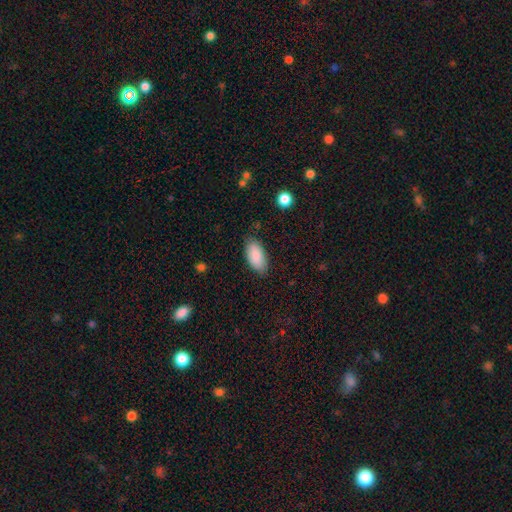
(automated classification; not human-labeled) smooth-or-featured: smooth: 89% | star or artifact: 6% | featured or disk: 5%
  how-rounded: in between: 93% | cigar-shaped: 5% | round: 2%
  merging: none: 83% | minor disturbance: 13% | major disturbance: 3% | merger: 1%